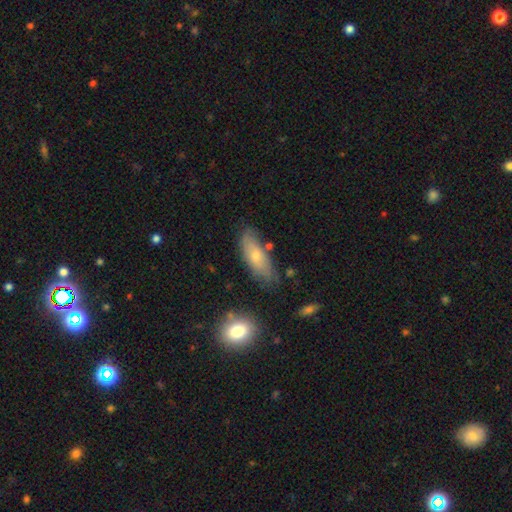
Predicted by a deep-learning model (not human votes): Overall: smooth (65%; featured or disk 28%). How rounded: in between (63%; cigar-shaped 34%). Merging: none (72%).